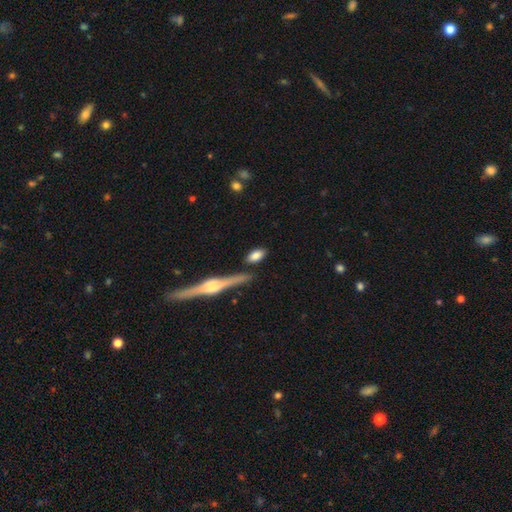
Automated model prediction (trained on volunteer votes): This is likely a smooth galaxy (79%). How rounded: clearly in between (87%). Merging: likely none (78%).